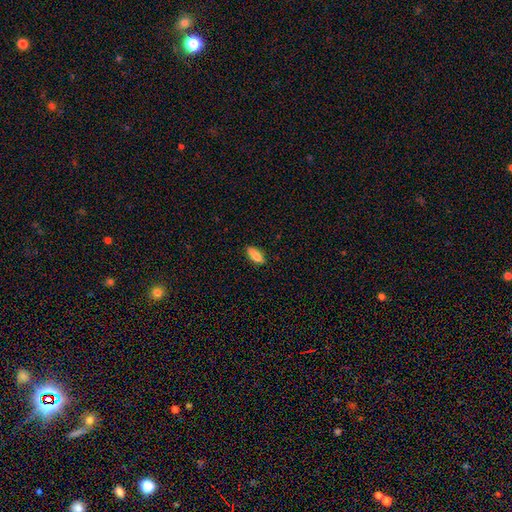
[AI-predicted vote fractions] smooth-or-featured: smooth: 80% | featured or disk: 13% | star or artifact: 7%
  how-rounded: in between: 67% | cigar-shaped: 30% | round: 3%
  merging: none: 84% | minor disturbance: 12% | major disturbance: 2% | merger: 1%